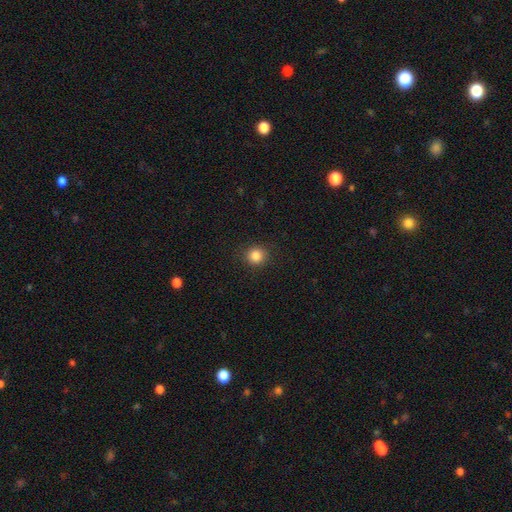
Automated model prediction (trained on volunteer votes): A smooth galaxy with no disk features (85%) that is round (91%). Merging: none (91%).